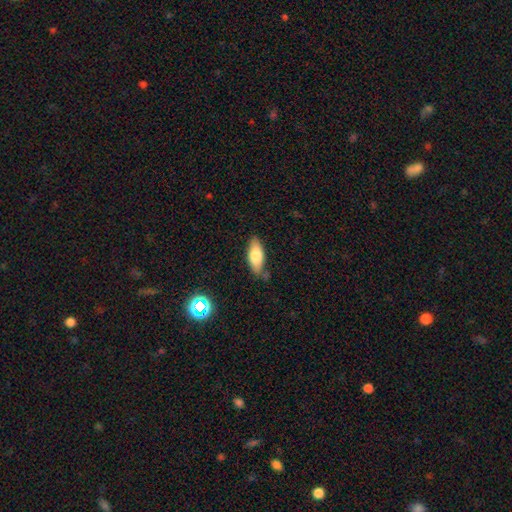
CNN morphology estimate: This is likely a smooth galaxy (76%). How rounded: likely in between (79%). Merging: likely none (77%).